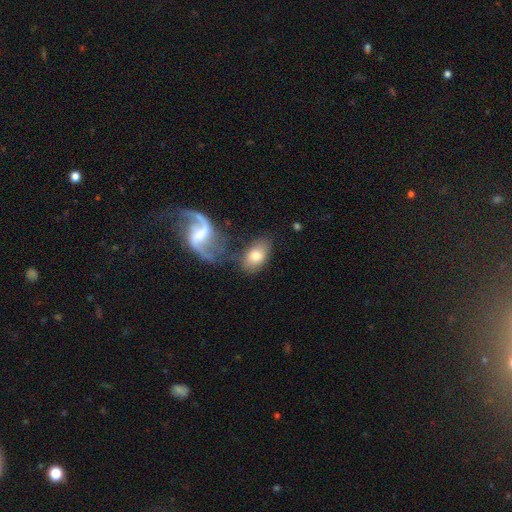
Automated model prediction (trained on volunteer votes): This appears to be a smooth galaxy with no disk features (65%) that is in between round and cigar-shaped (86%). Merging: none (54%).